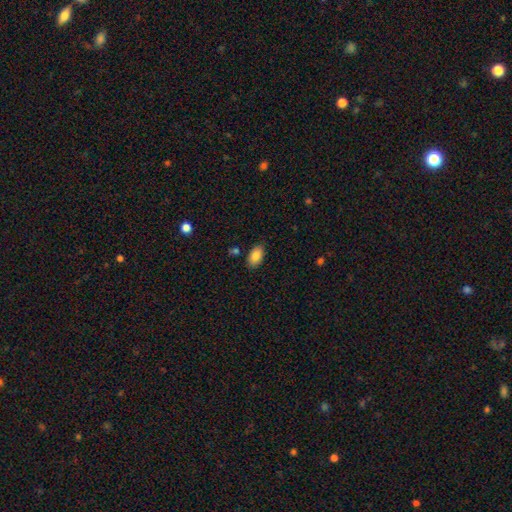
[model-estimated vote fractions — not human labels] Smooth or featured: smooth — 86% (featured or disk — 7%)
How rounded: in between — 93% (round — 5%)
Merging: none — 85% (minor disturbance — 10%)